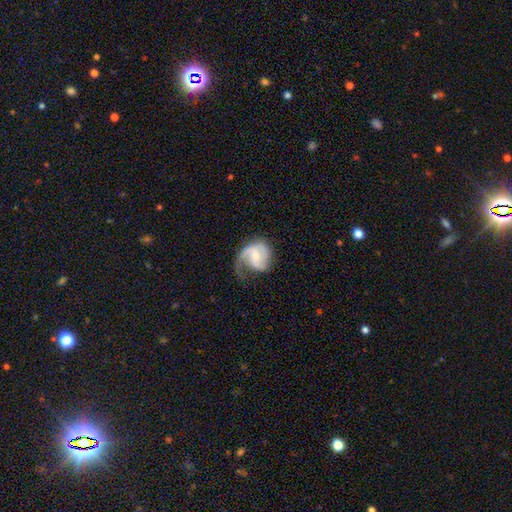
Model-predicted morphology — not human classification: Overall: featured or disk (74%). Edge-on disk: no (98%). Bar: no (49%; weak 41%). Spiral arms: yes (92%). Spiral arm count: 2 (45%; 1 38%). Spiral winding: medium (44%; loose 36%). Bulge size: small (50%; moderate 44%). Merging: none (39%; major disturbance 31%).